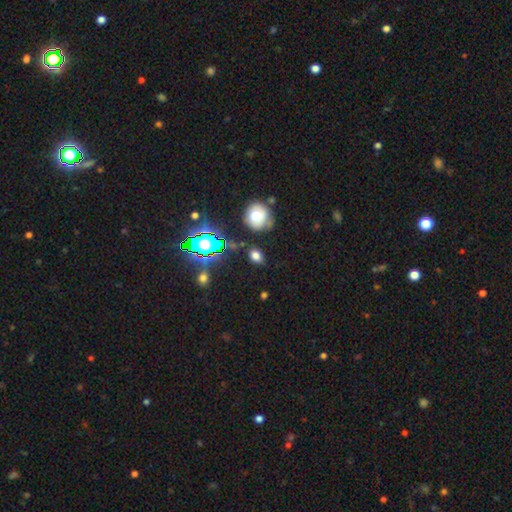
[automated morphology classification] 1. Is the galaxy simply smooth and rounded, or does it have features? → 69% smooth, 22% star or artifact, 8% featured or disk.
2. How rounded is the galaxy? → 61% in between, 36% round, 3% cigar-shaped.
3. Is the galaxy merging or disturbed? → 76% none, 15% minor disturbance, 5% major disturbance, 4% merger.